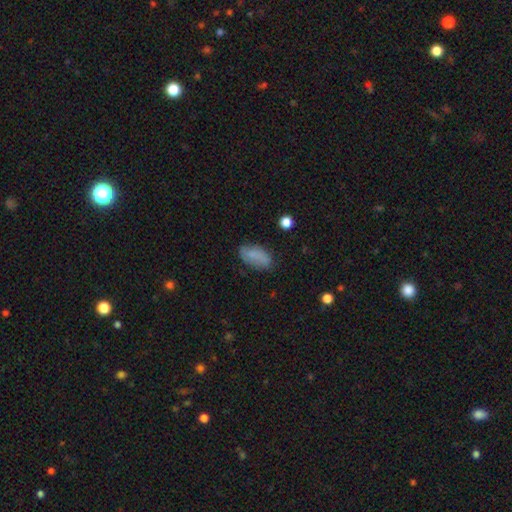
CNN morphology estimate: Q: Smooth or featured?
A: smooth (79%); runner-up: featured or disk (13%)
Q: How rounded?
A: in between (92%); runner-up: cigar-shaped (4%)
Q: Merging?
A: none (78%); runner-up: minor disturbance (17%)